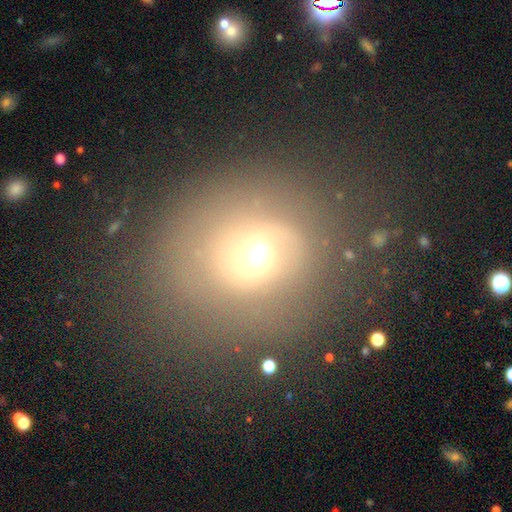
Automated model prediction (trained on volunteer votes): This is marginally a smooth galaxy (44%). Merging: likely none (62%).